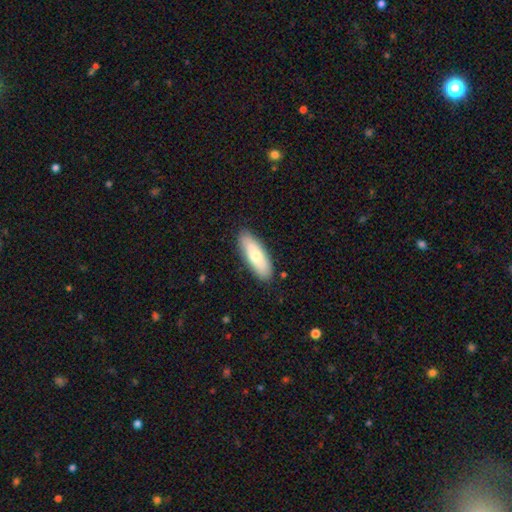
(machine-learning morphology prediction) Smooth or featured? Predicted: smooth (p=0.71). How rounded? Predicted: in between (p=0.59). Merging? Predicted: none (p=0.86).